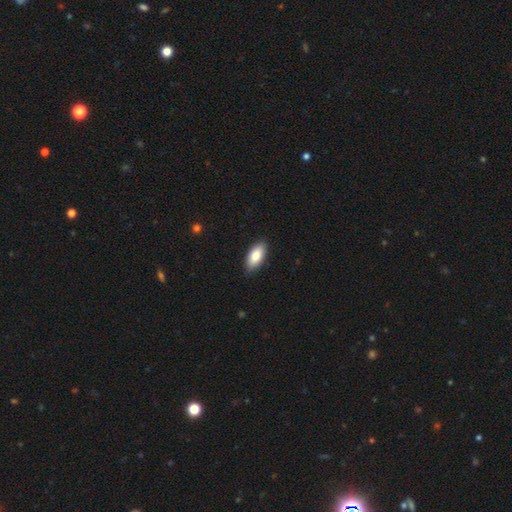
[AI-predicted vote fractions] smooth-or-featured: smooth: 84% | featured or disk: 10% | star or artifact: 6%
  how-rounded: in between: 90% | cigar-shaped: 8% | round: 2%
  merging: none: 88% | minor disturbance: 9% | major disturbance: 2% | merger: 1%